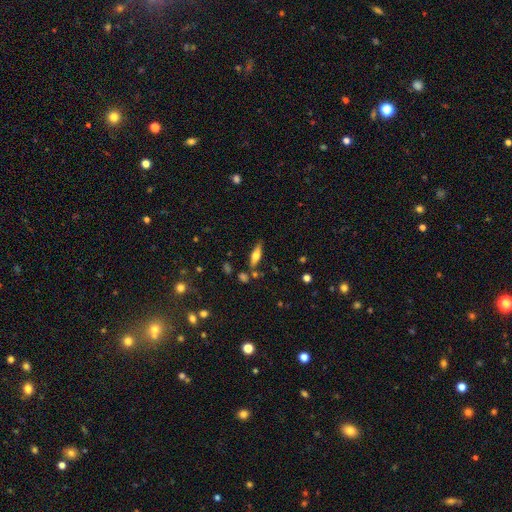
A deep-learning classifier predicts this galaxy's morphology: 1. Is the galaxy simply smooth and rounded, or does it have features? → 52% smooth, 41% featured or disk, 8% star or artifact.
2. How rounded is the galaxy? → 49% cigar-shaped, 48% in between, 3% round.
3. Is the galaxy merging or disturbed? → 76% none, 14% minor disturbance, 7% merger, 4% major disturbance.